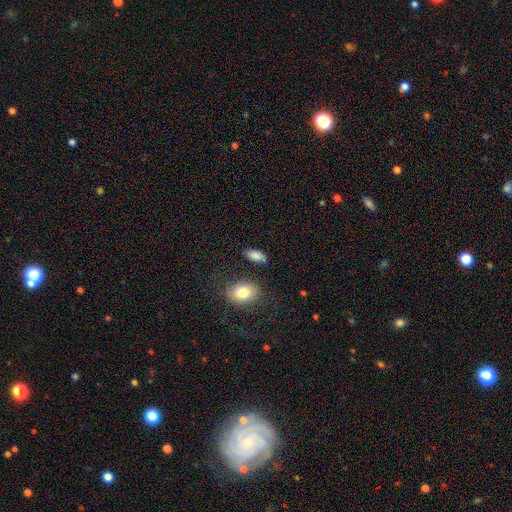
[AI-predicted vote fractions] A smooth galaxy with no disk features (85%) that is in between round and cigar-shaped (84%). Merging: none (83%).